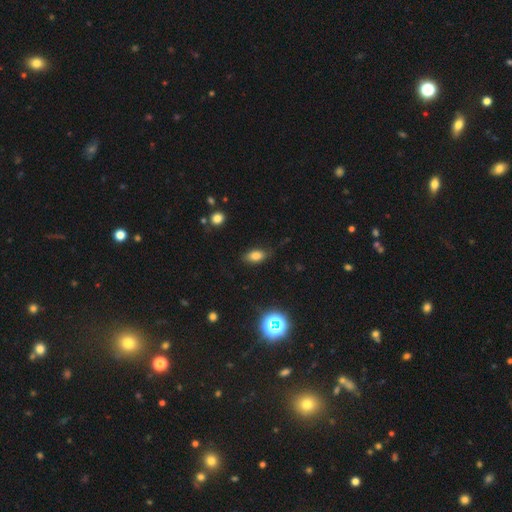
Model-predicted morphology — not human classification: A smooth galaxy with no disk features (78%) that is in between round and cigar-shaped (87%). Merging: none (78%).